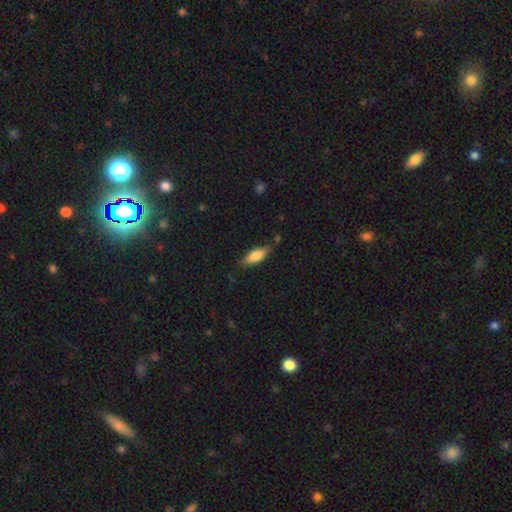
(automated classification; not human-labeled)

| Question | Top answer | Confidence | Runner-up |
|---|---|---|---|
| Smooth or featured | smooth | 76% | featured or disk (17%) |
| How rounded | in between | 68% | cigar-shaped (30%) |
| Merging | none | 75% | minor disturbance (19%) |